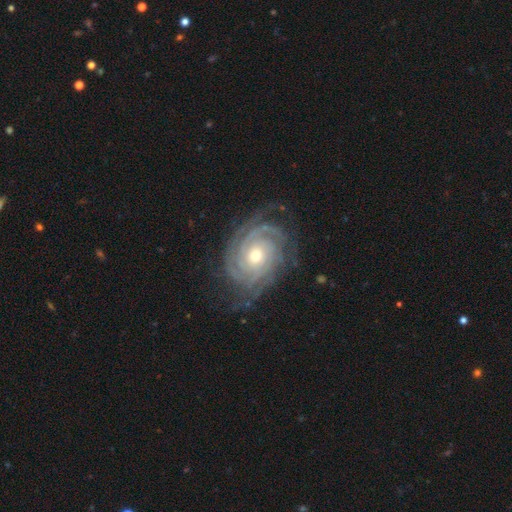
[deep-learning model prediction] smooth-or-featured: featured or disk: 91% | star or artifact: 5% | smooth: 4%
  disk-edge-on: no: 97% | yes: 3%
    bar: no: 77% | weak: 17% | strong: 6%
    has-spiral-arms: yes: 98% | no: 2%
      spiral-winding: tight: 81% | medium: 17% | loose: 3%
      spiral-arm-count: 3: 25% | 4: 21% | can't tell: 20% | 2: 16% | more than 4: 11% | 1: 7%
    bulge-size: moderate: 52% | small: 44% | large: 2% | none: 1% | dominant: 1%
  merging: none: 76% | minor disturbance: 16% | major disturbance: 7% | merger: 1%